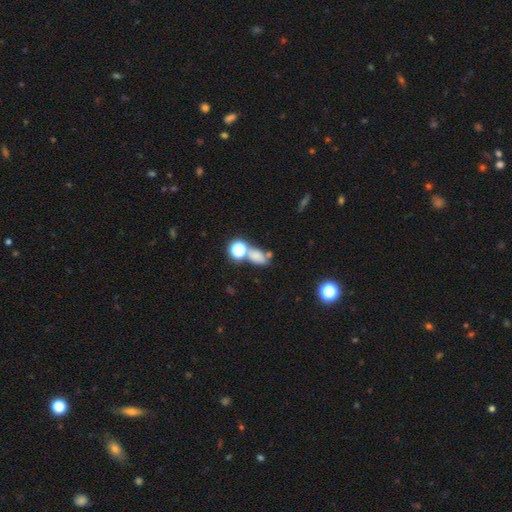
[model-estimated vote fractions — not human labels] A smooth galaxy with no disk features (67%) that is in between round and cigar-shaped (69%).

Vote fractions:
- Smooth or featured? smooth: 67% / star or artifact: 21% / featured or disk: 12%
- How rounded? in between: 69% / round: 27% / cigar-shaped: 4%
- Merging? none: 45% / merger: 34% / minor disturbance: 13% / major disturbance: 7%